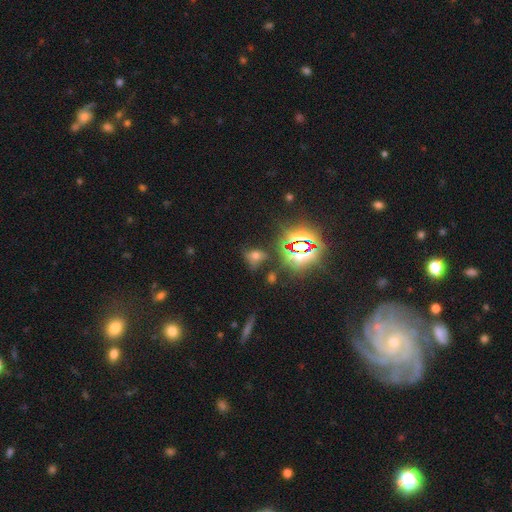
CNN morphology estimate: Smooth or featured? Predicted: star or artifact (p=0.44).